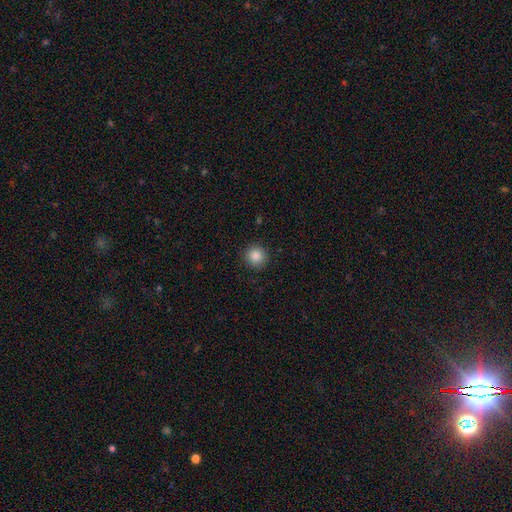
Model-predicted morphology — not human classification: The model was most divided on "smooth or featured": smooth: 86%, star or artifact: 10%, featured or disk: 4%. More confident: how rounded — round (93%); merging — none (91%).